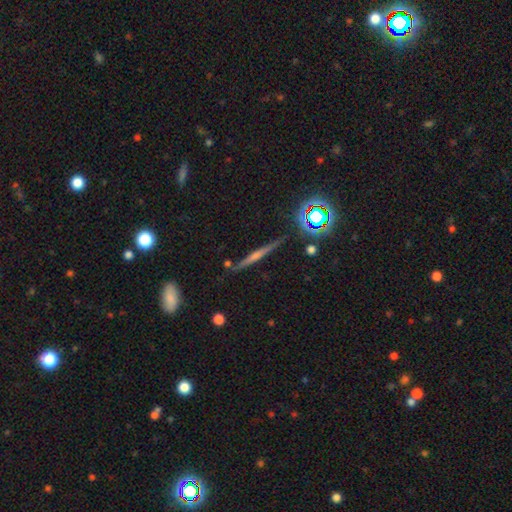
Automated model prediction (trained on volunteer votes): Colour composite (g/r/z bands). It shows a featured or disk galaxy (60%) viewed edge-on (95%) with a rounded central bulge (68%). Merging: none (88%).